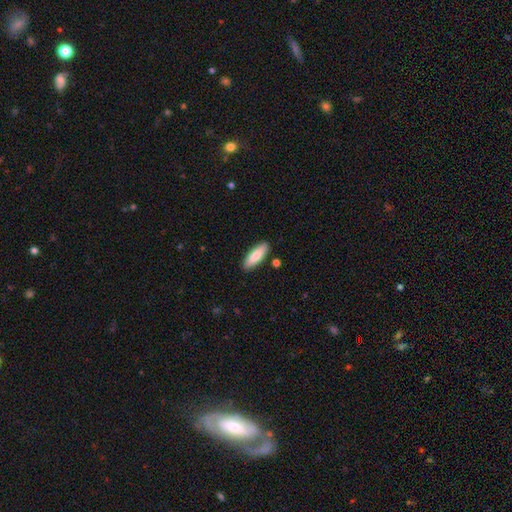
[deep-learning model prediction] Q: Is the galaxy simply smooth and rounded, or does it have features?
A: smooth — 84%.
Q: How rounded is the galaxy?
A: in between — 56%.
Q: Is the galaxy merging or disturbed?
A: none — 87%.